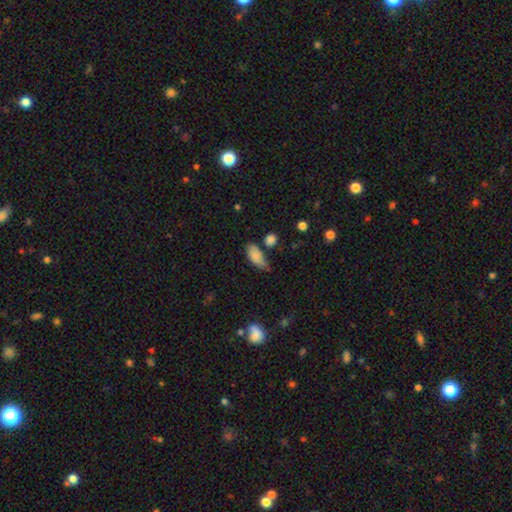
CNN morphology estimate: smooth 78%, featured or disk 14%, star or artifact 9%. Down the decision tree: how rounded — in between (87%); merging — none (40%).